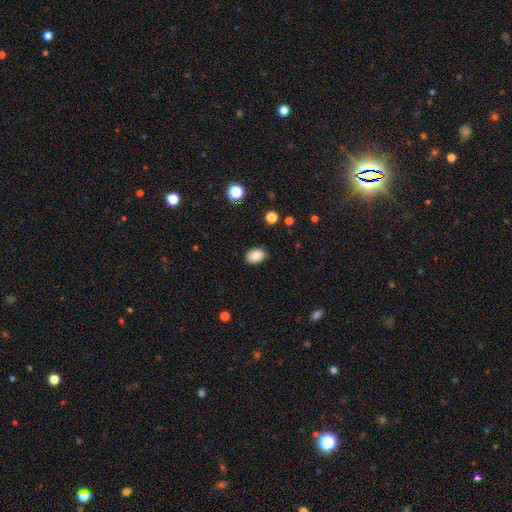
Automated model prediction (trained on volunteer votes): Smooth or featured: smooth — 86% (star or artifact — 9%)
How rounded: in between — 78% (round — 21%)
Merging: none — 86% (minor disturbance — 11%)